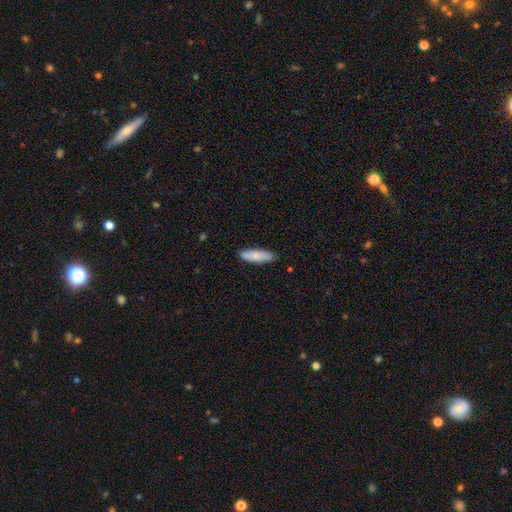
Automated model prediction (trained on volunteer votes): A smooth galaxy with no disk features (80%) that is cigar-shaped (54%). Merging: none (84%).